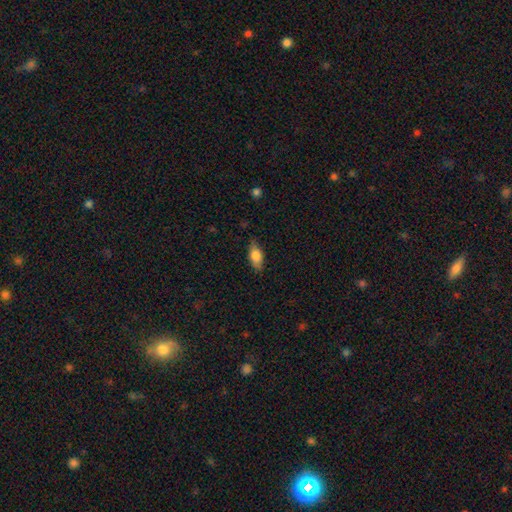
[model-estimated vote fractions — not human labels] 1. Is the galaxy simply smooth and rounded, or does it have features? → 78% smooth, 15% featured or disk, 7% star or artifact.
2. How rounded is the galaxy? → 85% in between, 10% cigar-shaped, 5% round.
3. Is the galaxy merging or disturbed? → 78% none, 17% minor disturbance, 3% major disturbance, 1% merger.